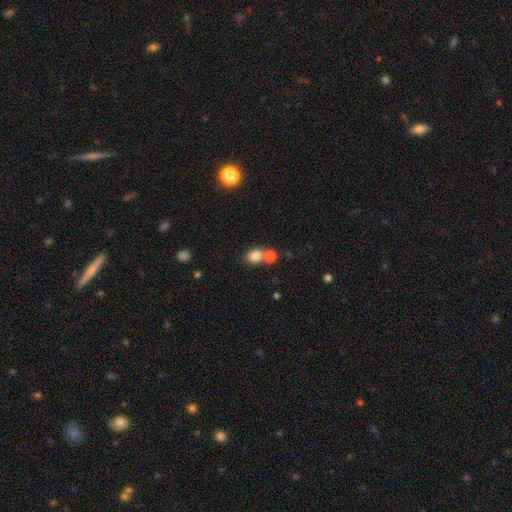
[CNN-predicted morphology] Q: Smooth or featured?
A: smooth (81%); runner-up: star or artifact (11%)
Q: How rounded?
A: in between (50%); runner-up: round (49%)
Q: Merging?
A: none (46%); runner-up: merger (42%)